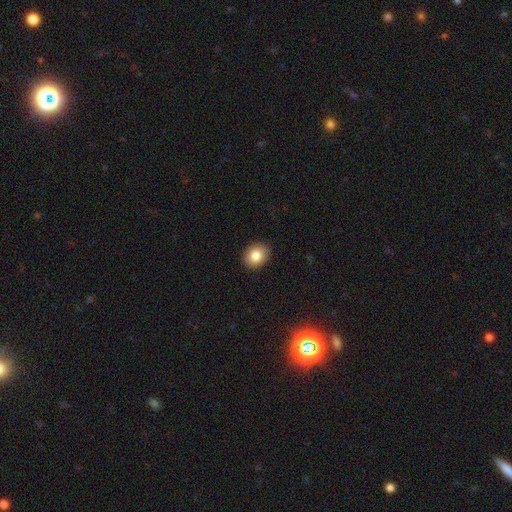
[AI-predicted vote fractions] Smooth or featured?
  - smooth: 83% *
  - star or artifact: 9%
  - featured or disk: 8%
How rounded?
  - in between: 51% *
  - round: 48%
  - cigar-shaped: 1%
Merging?
  - none: 89% *
  - minor disturbance: 8%
  - major disturbance: 2%
  - merger: 1%